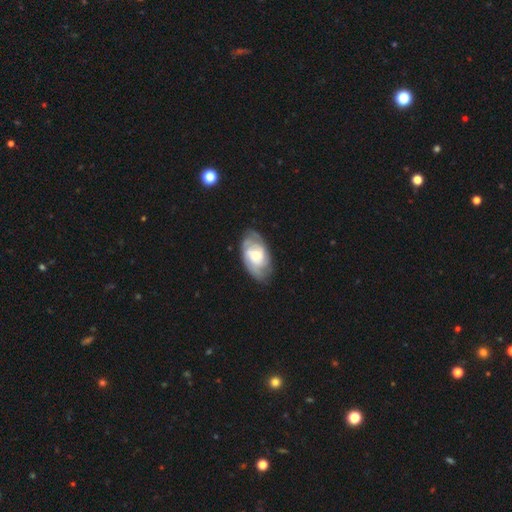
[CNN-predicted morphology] This appears to be a featured or disk galaxy (68%) with no bar (57%), tight (53%) spiral arms (86%) and a moderate central bulge (47%). Merging: none (71%).